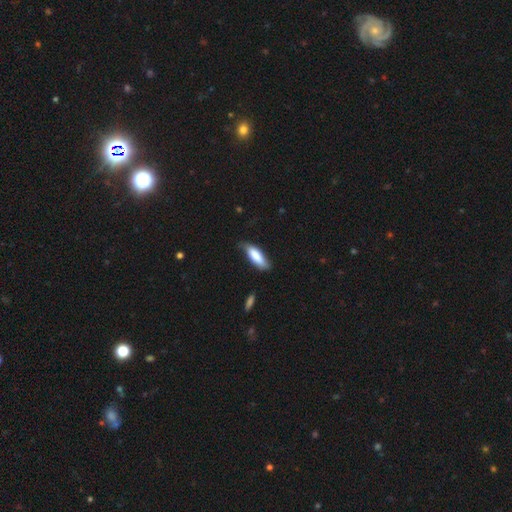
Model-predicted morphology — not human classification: Smooth or featured?
  - smooth: 79% *
  - featured or disk: 15%
  - star or artifact: 6%
How rounded?
  - in between: 55% *
  - cigar-shaped: 44%
  - round: 2%
Merging?
  - none: 64% *
  - minor disturbance: 29%
  - major disturbance: 5%
  - merger: 2%